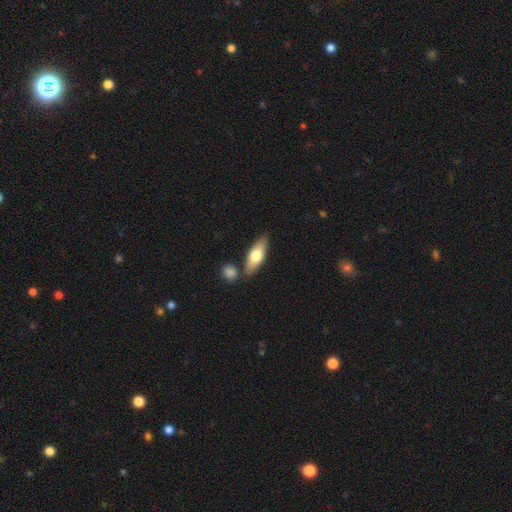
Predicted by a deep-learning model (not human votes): This is likely a smooth galaxy (66%). How rounded: likely in between (67%). Merging: likely none (74%).